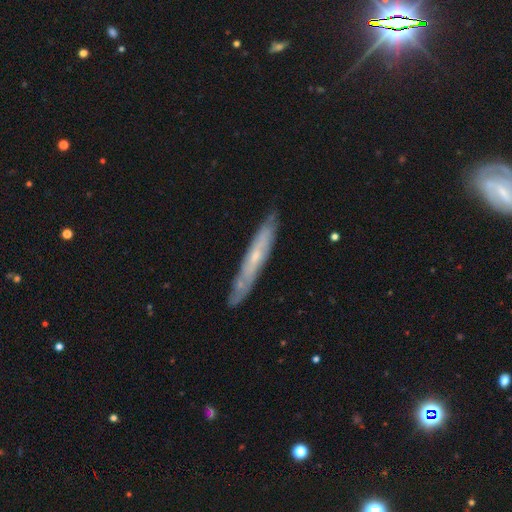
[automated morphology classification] smooth-or-featured: featured or disk: 61% | smooth: 32% | star or artifact: 6%
  disk-edge-on: yes: 71% | no: 29%
  merging: none: 81% | minor disturbance: 15% | major disturbance: 3% | merger: 2%